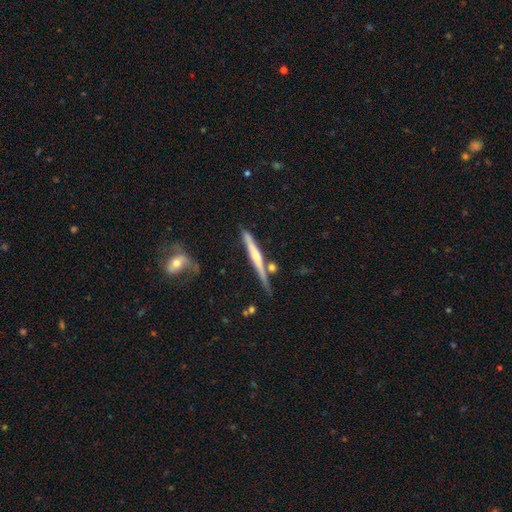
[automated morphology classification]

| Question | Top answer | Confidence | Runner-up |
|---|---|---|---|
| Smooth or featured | featured or disk | 66% | smooth (28%) |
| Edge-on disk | yes | 96% | no (4%) |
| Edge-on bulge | rounded | 62% | none (29%) |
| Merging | none | 70% | minor disturbance (16%) |